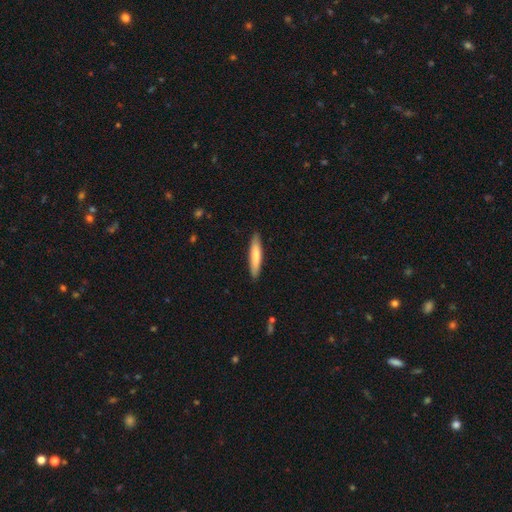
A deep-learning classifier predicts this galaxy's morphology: The model was most divided on "smooth or featured": smooth: 77%, featured or disk: 18%, star or artifact: 5%. More confident: merging — none (89%); how rounded — cigar-shaped (87%).